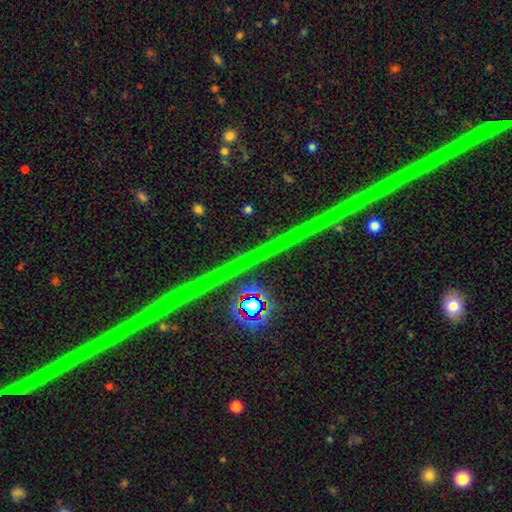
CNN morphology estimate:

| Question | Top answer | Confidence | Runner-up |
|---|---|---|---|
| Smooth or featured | star or artifact | 86% | featured or disk (9%) |